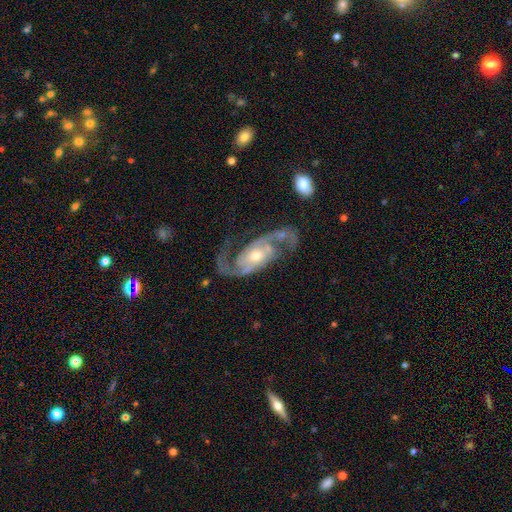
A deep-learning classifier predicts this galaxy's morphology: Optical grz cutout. It shows a featured or disk galaxy (92%) with no bar (50%), 2 (93%) medium (56%) spiral arms (98%) and a moderate central bulge (52%). Merging: none (71%).